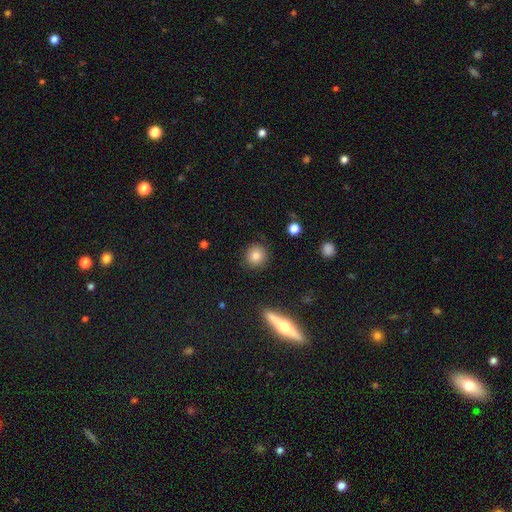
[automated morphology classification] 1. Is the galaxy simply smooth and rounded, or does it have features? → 81% smooth, 10% star or artifact, 8% featured or disk.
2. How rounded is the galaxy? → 91% round, 8% in between, 1% cigar-shaped.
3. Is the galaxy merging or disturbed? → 89% none, 7% minor disturbance, 2% major disturbance, 2% merger.